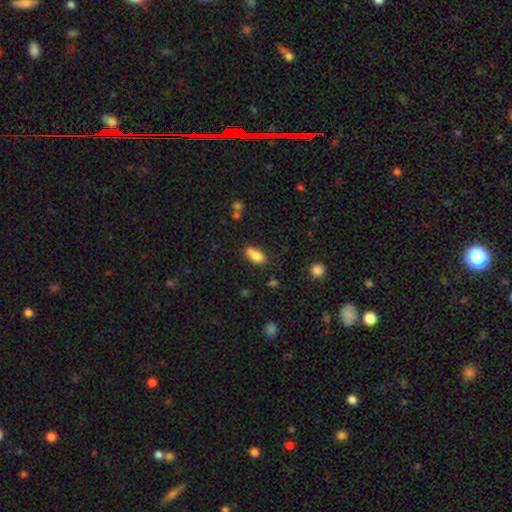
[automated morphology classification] Smooth or featured? Predicted: smooth (p=0.79). How rounded? Predicted: in between (p=0.84). Merging? Predicted: none (p=0.42).